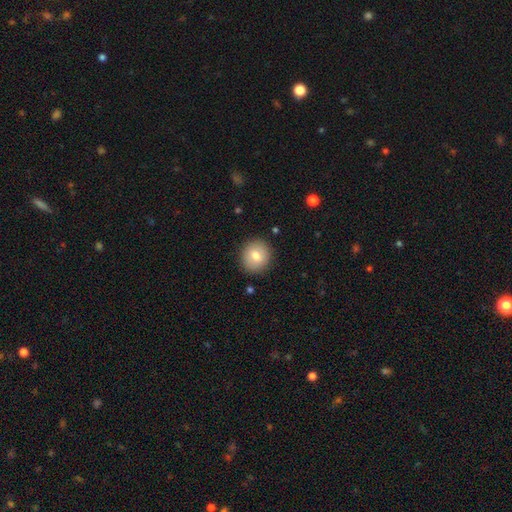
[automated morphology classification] This appears to be a smooth galaxy with no disk features (78%) that is round (85%). Merging: none (89%).